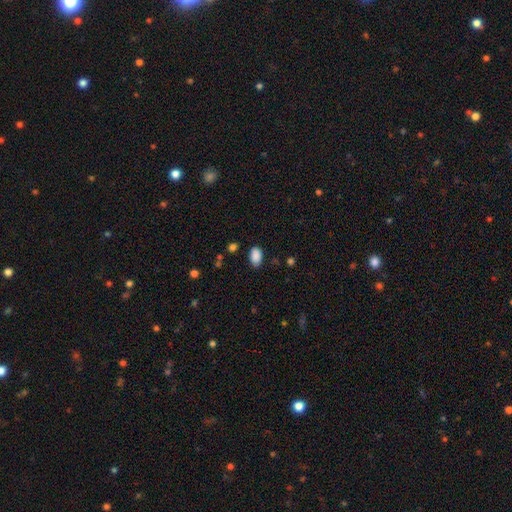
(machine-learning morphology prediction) This appears to be a smooth galaxy with no disk features (88%) that is in between round and cigar-shaped (91%). Merging: none (80%).